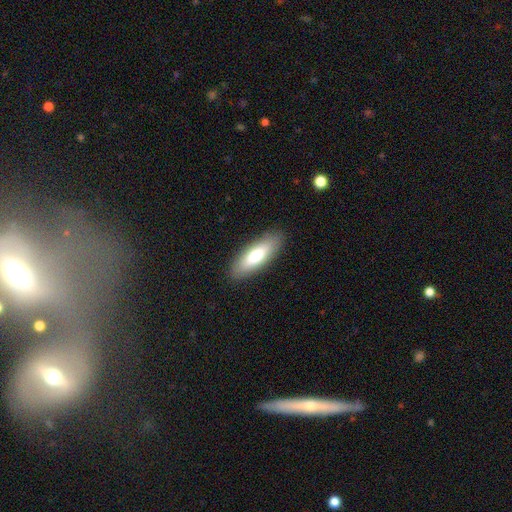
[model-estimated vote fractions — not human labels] smooth_or_featured: smooth (p=0.76) [alt: featured or disk p=0.18]
how_rounded: in between (p=0.61) [alt: cigar-shaped p=0.37]
merging: none (p=0.89) [alt: minor disturbance p=0.08]